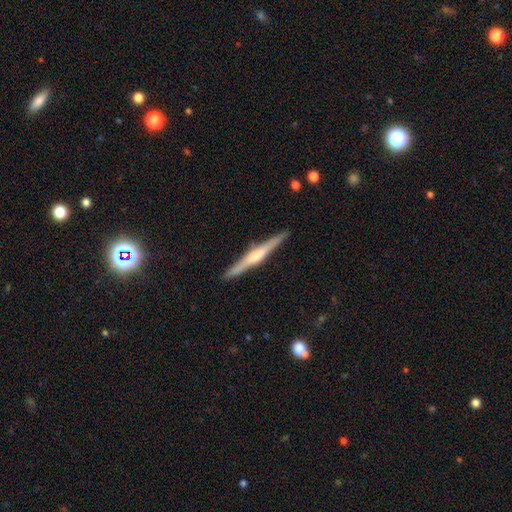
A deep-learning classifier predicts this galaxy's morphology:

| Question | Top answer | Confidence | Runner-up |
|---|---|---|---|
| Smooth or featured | featured or disk | 72% | smooth (23%) |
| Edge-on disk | yes | 98% | no (2%) |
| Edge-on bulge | rounded | 76% | none (12%) |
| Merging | none | 91% | minor disturbance (7%) |